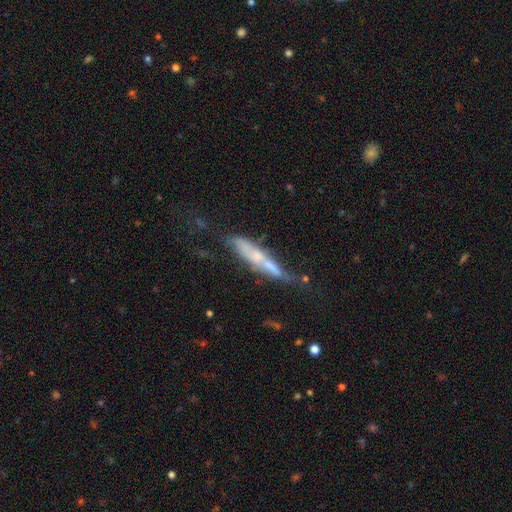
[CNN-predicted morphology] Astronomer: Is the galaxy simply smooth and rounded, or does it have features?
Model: featured or disk — 57% (runner-up: smooth, 35%).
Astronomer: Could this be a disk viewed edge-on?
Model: yes — 64%.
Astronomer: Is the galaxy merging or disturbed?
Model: none — 43% (runner-up: minor disturbance, 25%).